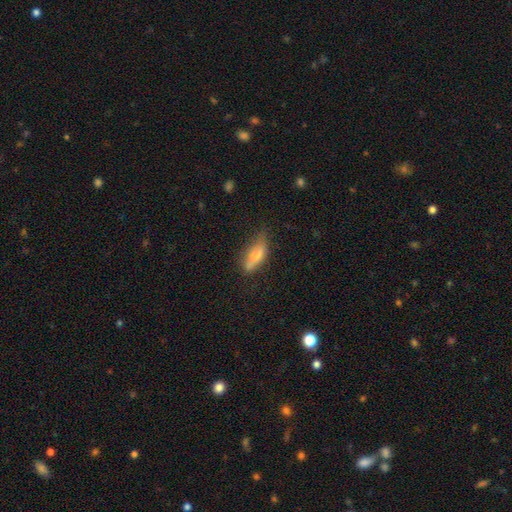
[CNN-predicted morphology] This appears to be a smooth galaxy with no disk features (67%) that is in between round and cigar-shaped (69%). Merging: none (49%).